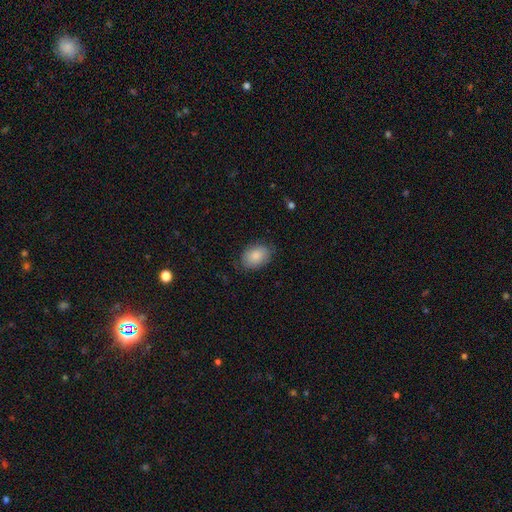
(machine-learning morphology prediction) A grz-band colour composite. It shows a smooth galaxy with no disk features (85%) that is in between round and cigar-shaped (82%). Merging: none (78%).